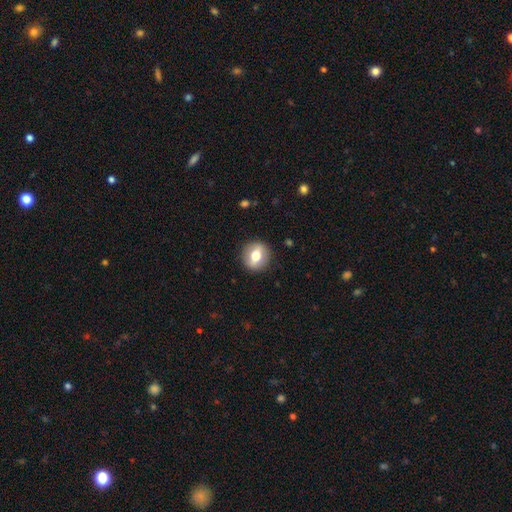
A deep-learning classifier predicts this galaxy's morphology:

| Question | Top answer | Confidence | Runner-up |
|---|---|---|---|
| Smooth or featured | smooth | 61% | featured or disk (31%) |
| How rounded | round | 79% | in between (20%) |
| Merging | none | 89% | minor disturbance (8%) |